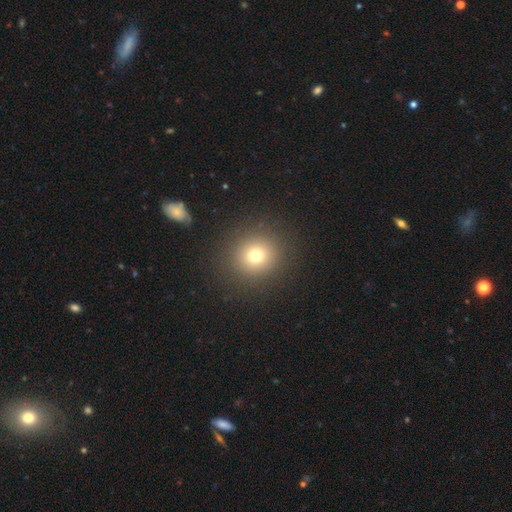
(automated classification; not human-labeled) This appears to be a smooth galaxy with no disk features (74%) that is round (91%). Merging: none (90%).